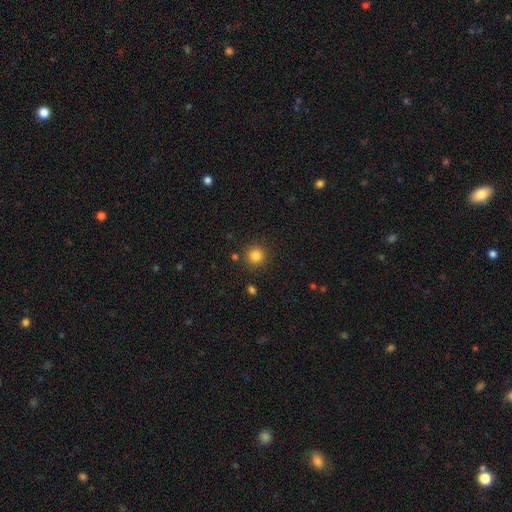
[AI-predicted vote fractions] The model was most divided on "smooth or featured": smooth: 83%, star or artifact: 12%, featured or disk: 5%. More confident: how rounded — round (95%); merging — none (89%).